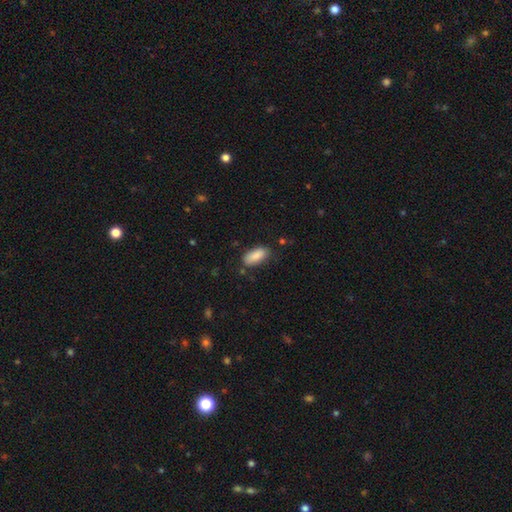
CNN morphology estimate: The model was most divided on "merging": none: 78%, minor disturbance: 16%, major disturbance: 4%, merger: 2%. More confident: smooth or featured — smooth (88%); how rounded — in between (88%).